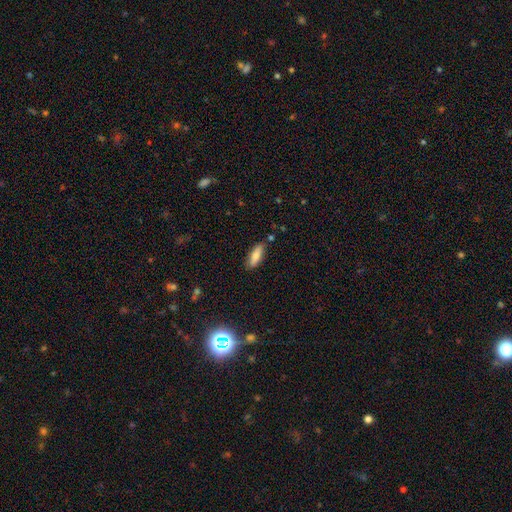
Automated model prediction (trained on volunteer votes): The model was most divided on "how rounded": in between: 56%, cigar-shaped: 42%, round: 2%. More confident: merging — none (83%); smooth or featured — smooth (77%).